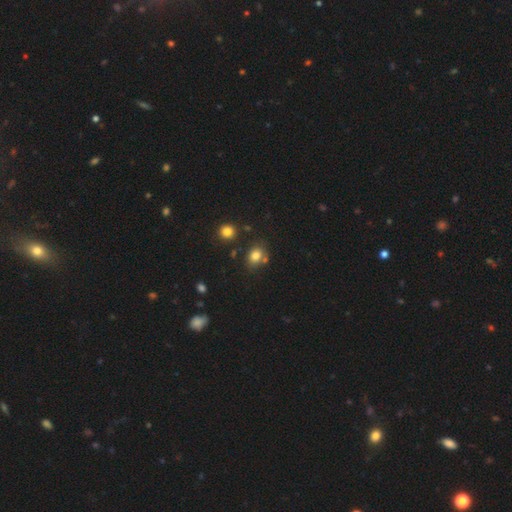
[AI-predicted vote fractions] This appears to be a smooth galaxy with no disk features (79%) that is in between round and cigar-shaped (54%). Merging: none (68%).